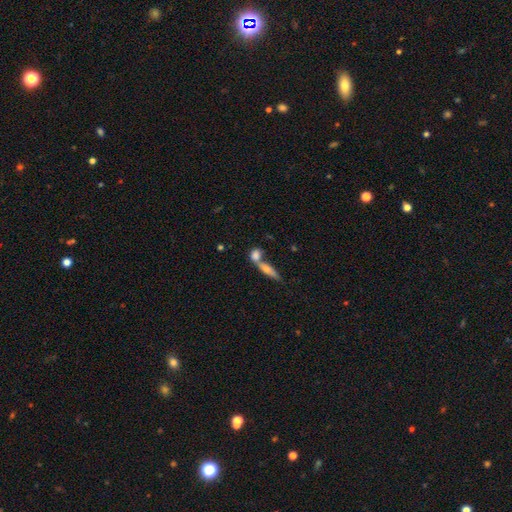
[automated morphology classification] A smooth galaxy with no disk features (71%) that is in between round and cigar-shaped (45%). Merging: merger (50%).